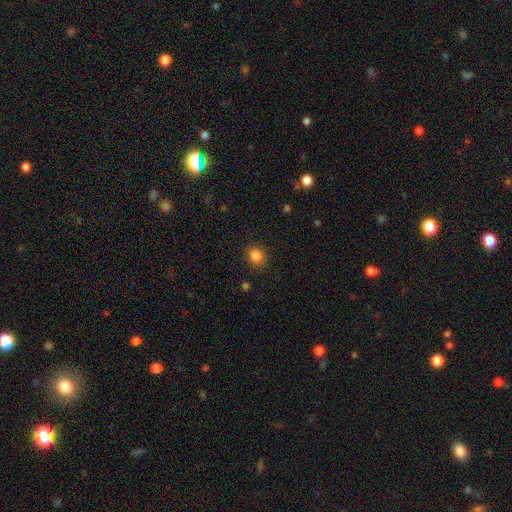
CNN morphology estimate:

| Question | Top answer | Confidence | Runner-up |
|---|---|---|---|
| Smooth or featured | smooth | 85% | star or artifact (11%) |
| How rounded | round | 70% | in between (30%) |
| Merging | none | 87% | minor disturbance (9%) |